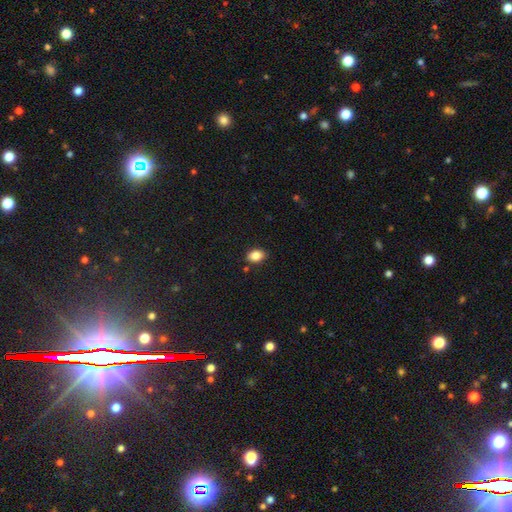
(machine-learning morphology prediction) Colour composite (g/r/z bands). It shows a smooth galaxy with no disk features (85%) that is in between round and cigar-shaped (78%). Merging: none (85%).